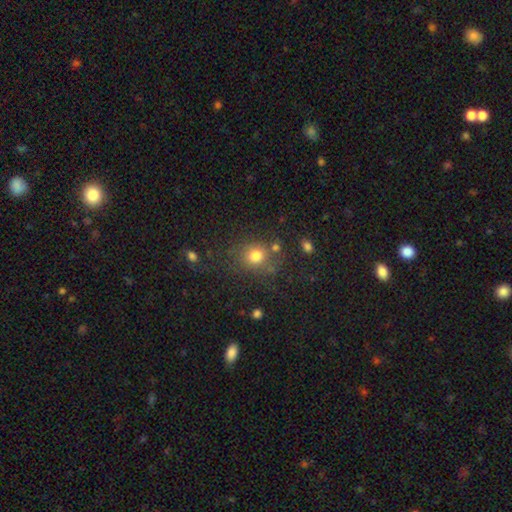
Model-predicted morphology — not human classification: This appears to be a smooth galaxy with no disk features (75%) that is round (77%). Merging: none (71%).